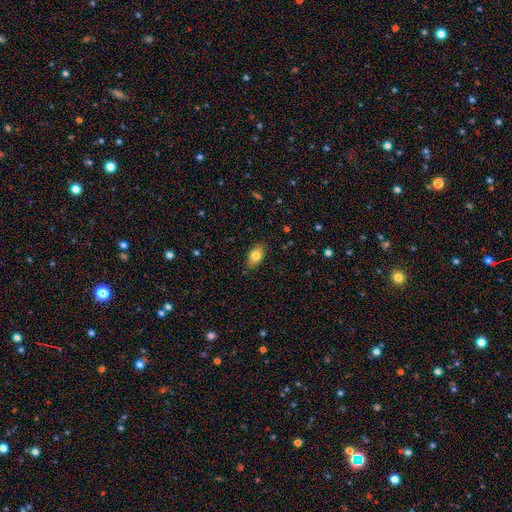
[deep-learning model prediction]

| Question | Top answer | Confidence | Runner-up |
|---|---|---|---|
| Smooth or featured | smooth | 82% | featured or disk (10%) |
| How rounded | in between | 87% | round (11%) |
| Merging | none | 85% | minor disturbance (12%) |